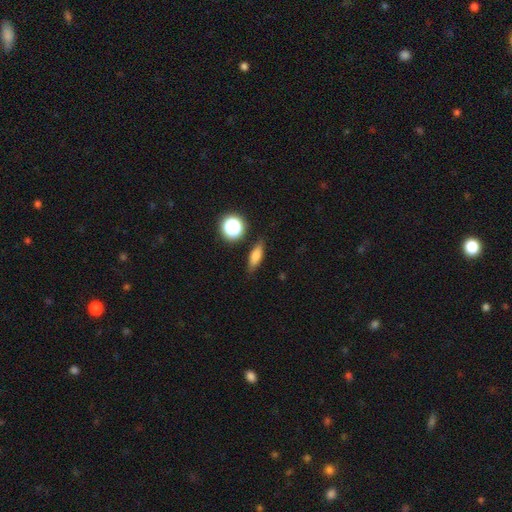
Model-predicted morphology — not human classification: Smooth or featured? smooth (71%)
How rounded? in between (49%)
Merging? none (80%)